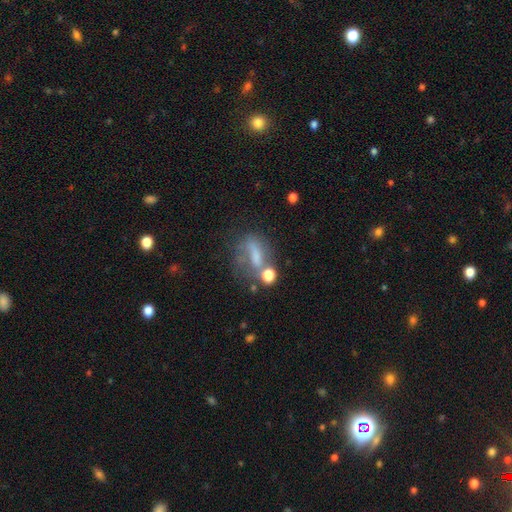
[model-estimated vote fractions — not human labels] This appears to be a smooth galaxy with no disk features (52%) that is in between round and cigar-shaped (58%). Merging: none (30%).